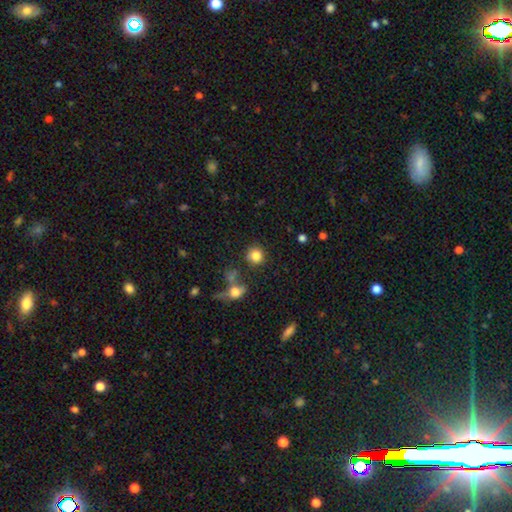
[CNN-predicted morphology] Overall: smooth (83%). How rounded: round (89%). Merging: none (78%).